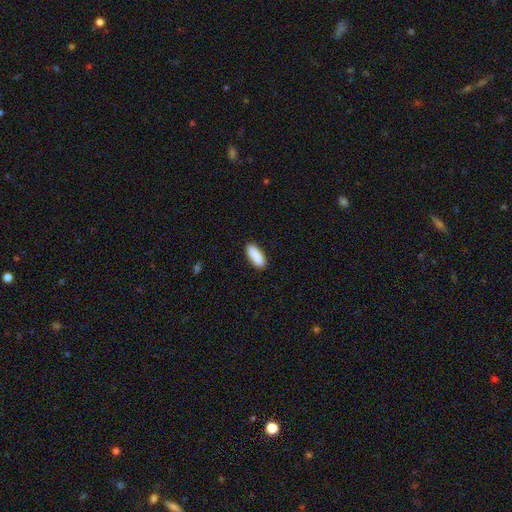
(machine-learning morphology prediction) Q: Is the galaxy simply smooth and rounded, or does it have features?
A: smooth — 89%.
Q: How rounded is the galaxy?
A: in between — 67%.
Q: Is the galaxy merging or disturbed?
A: none — 88%.